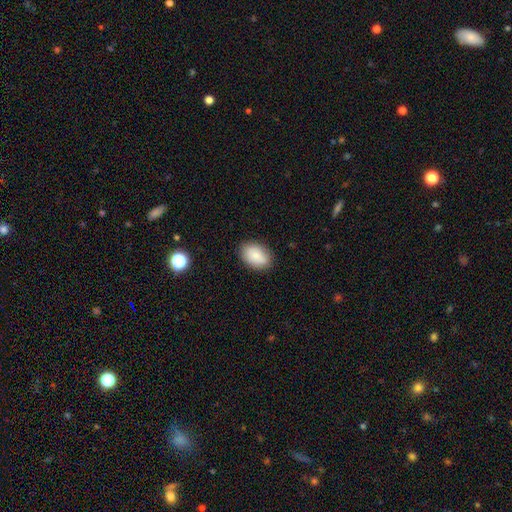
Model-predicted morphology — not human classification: A smooth galaxy with no disk features (84%) that is in between round and cigar-shaped (85%). Merging: none (86%).